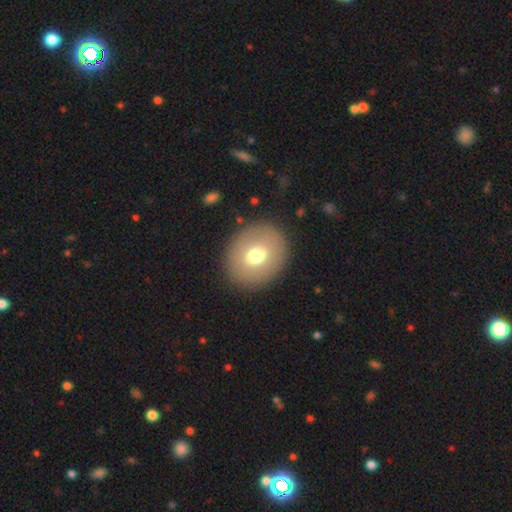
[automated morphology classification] smooth_or_featured: smooth (p=0.66) [alt: featured or disk p=0.25]
how_rounded: round (p=0.61) [alt: in between p=0.38]
merging: none (p=0.87) [alt: minor disturbance p=0.08]